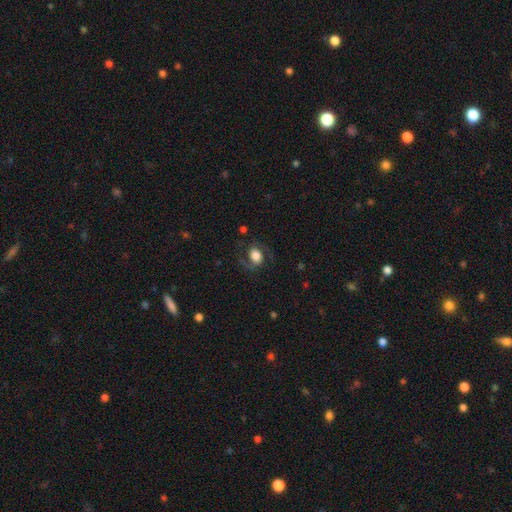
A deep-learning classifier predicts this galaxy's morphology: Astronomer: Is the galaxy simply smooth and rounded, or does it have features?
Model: featured or disk — 55% (runner-up: smooth, 37%).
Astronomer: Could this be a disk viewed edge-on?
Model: no — 96%.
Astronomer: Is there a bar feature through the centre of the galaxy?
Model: no — 57%.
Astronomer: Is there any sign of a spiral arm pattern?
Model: yes — 85%.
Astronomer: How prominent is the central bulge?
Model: large — 49% (runner-up: moderate, 29%).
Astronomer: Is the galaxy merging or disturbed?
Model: none — 69%.